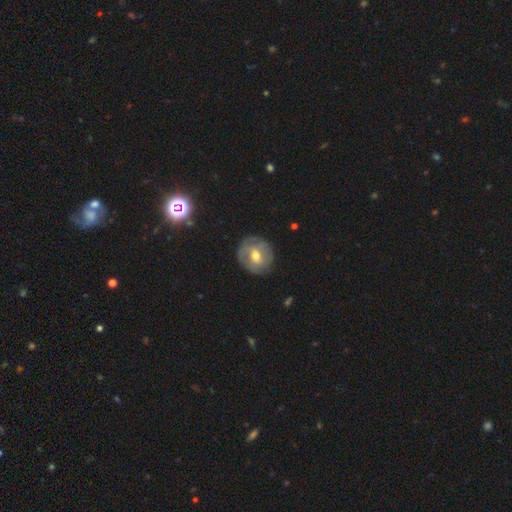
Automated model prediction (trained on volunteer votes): This is possibly a featured or disk galaxy (57%). It is clearly not viewed edge-on (96%). Bar: possibly weak (49%). Spiral arm pattern: likely yes (62%). Central bulge: likely moderate (75%). Merging: likely none (78%).